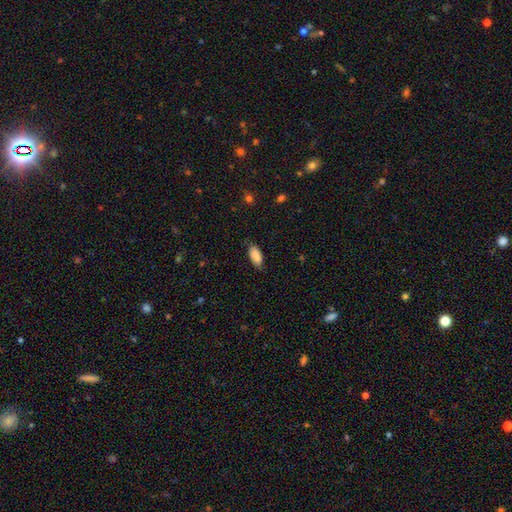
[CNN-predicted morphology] Smooth or featured: smooth — 87% (featured or disk — 7%)
How rounded: in between — 87% (cigar-shaped — 11%)
Merging: none — 76% (minor disturbance — 19%)